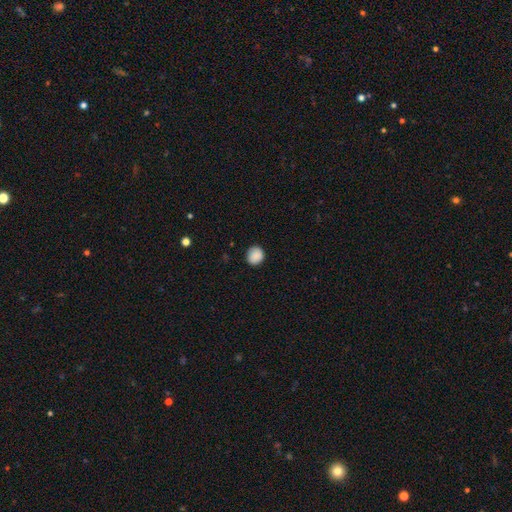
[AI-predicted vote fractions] smooth 89%, star or artifact 8%, featured or disk 3%. Down the decision tree: how rounded — round (79%); merging — none (85%).